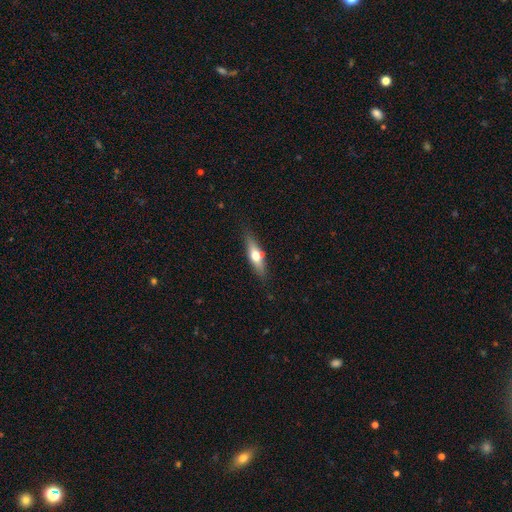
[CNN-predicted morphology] The model was most divided on "smooth or featured": smooth: 51%, featured or disk: 43%, star or artifact: 6%. More confident: merging — none (78%); how rounded — cigar-shaped (57%).